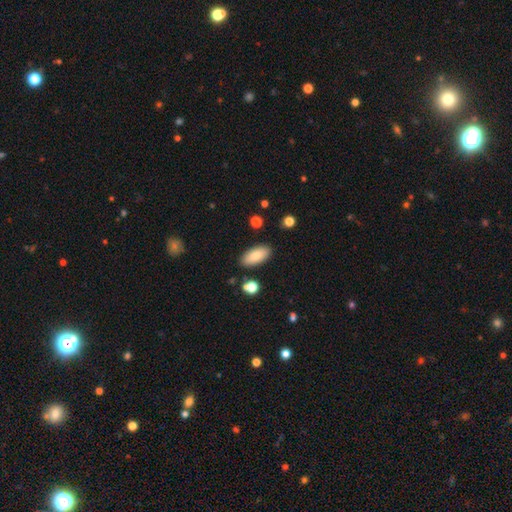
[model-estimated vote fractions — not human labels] The model was most divided on "smooth or featured": smooth: 80%, featured or disk: 13%, star or artifact: 7%. More confident: how rounded — in between (89%); merging — none (86%).